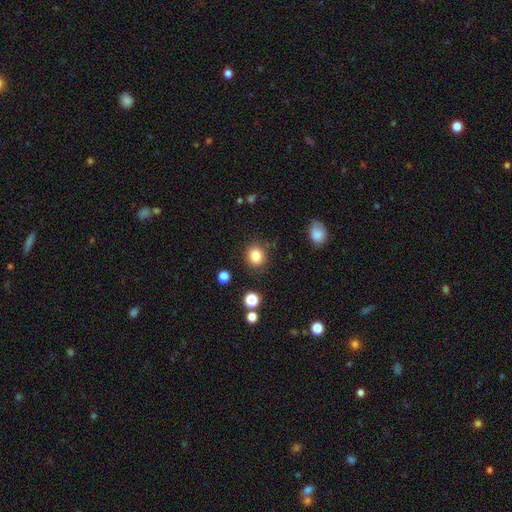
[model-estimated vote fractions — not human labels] This is clearly a smooth galaxy (85%). How rounded: likely round (69%). Merging: clearly none (82%).